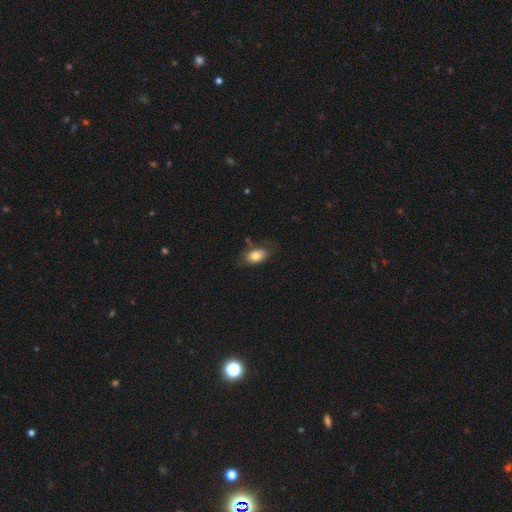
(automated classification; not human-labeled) smooth_or_featured: smooth (p=0.79) [alt: featured or disk p=0.13]
how_rounded: in between (p=0.90) [alt: round p=0.08]
merging: none (p=0.70) [alt: minor disturbance p=0.21]